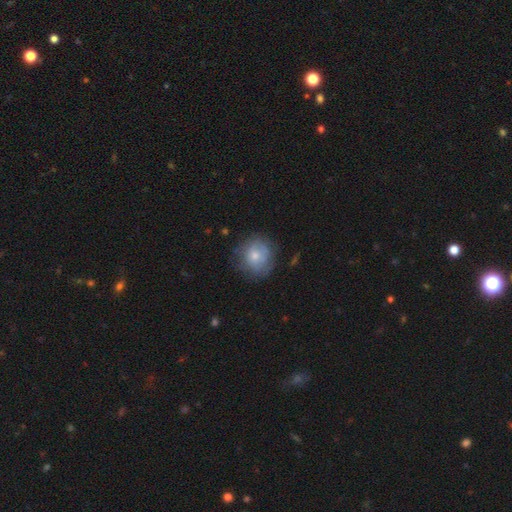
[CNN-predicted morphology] This is possibly a smooth galaxy (59%). How rounded: clearly round (84%). Merging: likely none (67%).